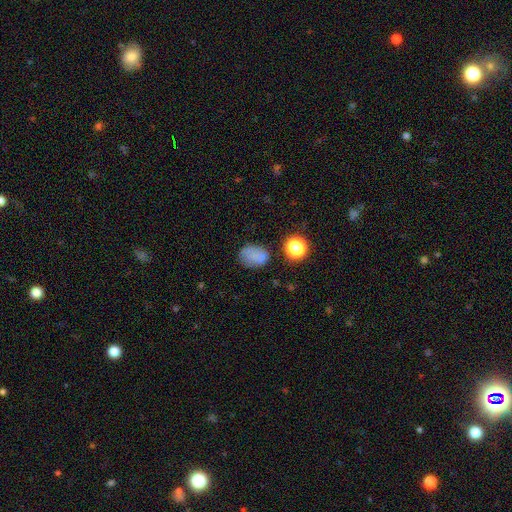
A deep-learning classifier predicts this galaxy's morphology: Overall: smooth (73%). How rounded: in between (65%; round 34%). Merging: none (62%).